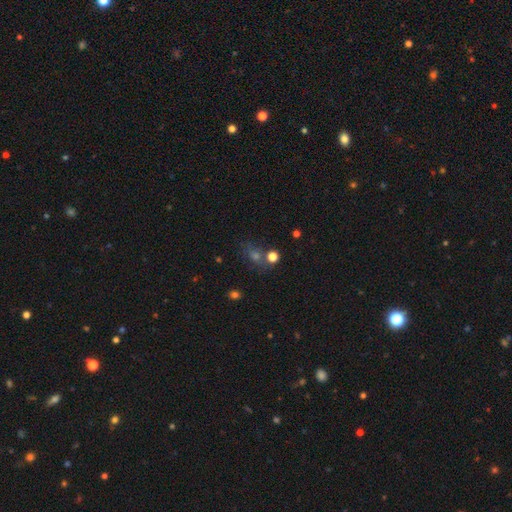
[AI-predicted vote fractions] This appears to be a smooth galaxy with no disk features (48%). Merging: none (59%).